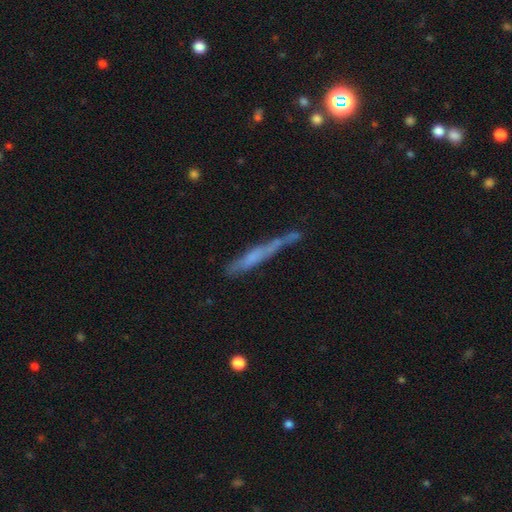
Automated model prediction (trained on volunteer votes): A featured or disk galaxy (47%).

Vote fractions:
- Smooth or featured? featured or disk: 47% / smooth: 44% / star or artifact: 9%
- Merging? none: 53% / minor disturbance: 25% / major disturbance: 12% / merger: 10%